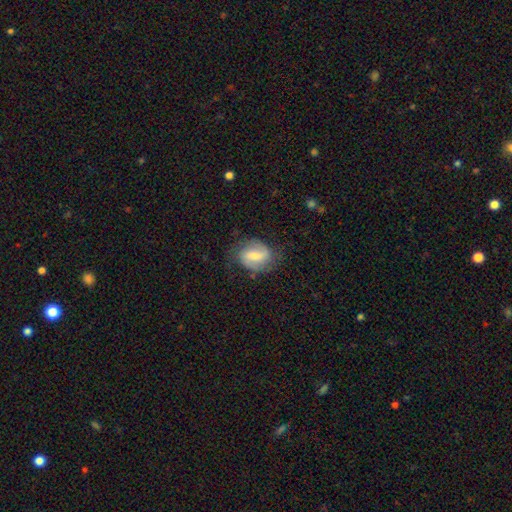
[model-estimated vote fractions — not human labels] This is likely a featured or disk galaxy (65%). It is clearly not viewed edge-on (97%). Bar: possibly weak (48%). Spiral arm pattern: clearly yes (89%). Spiral arm count: clearly 2 (86%). Spiral winding: marginally medium (42%). Central bulge: possibly small (47%). Merging: likely none (73%).